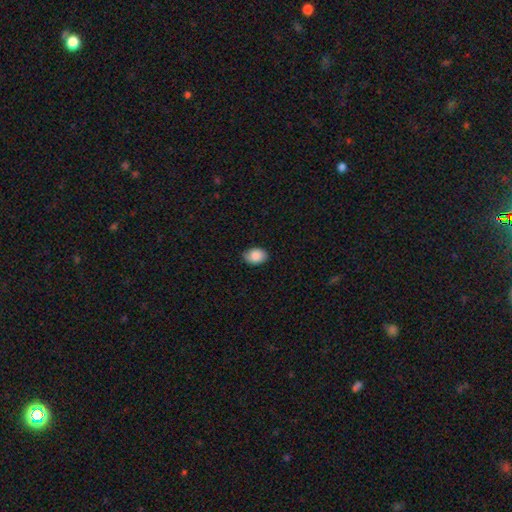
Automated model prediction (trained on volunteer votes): Smooth or featured: smooth — 88% (star or artifact — 7%)
How rounded: in between — 78% (round — 21%)
Merging: none — 83% (minor disturbance — 14%)